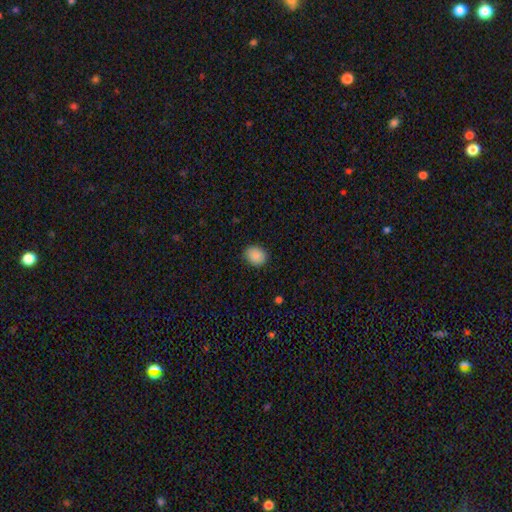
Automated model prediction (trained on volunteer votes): The model was most divided on "how rounded": round: 50%, in between: 49%, cigar-shaped: 1%. More confident: smooth or featured — smooth (89%); merging — none (86%).